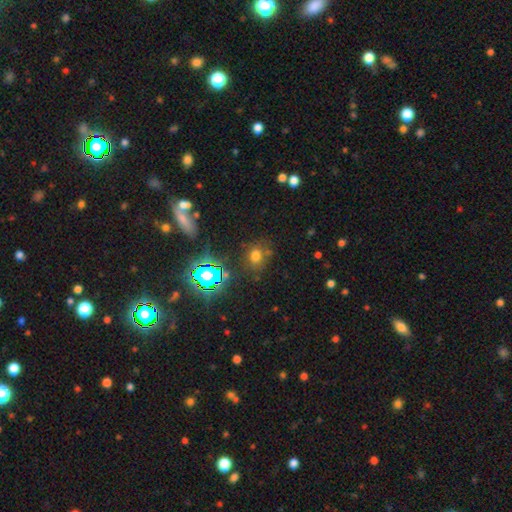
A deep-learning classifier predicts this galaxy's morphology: smooth_or_featured: smooth (p=0.60) [alt: star or artifact p=0.31]
how_rounded: round (p=0.56) [alt: in between p=0.43]
merging: none (p=0.72) [alt: minor disturbance p=0.15]